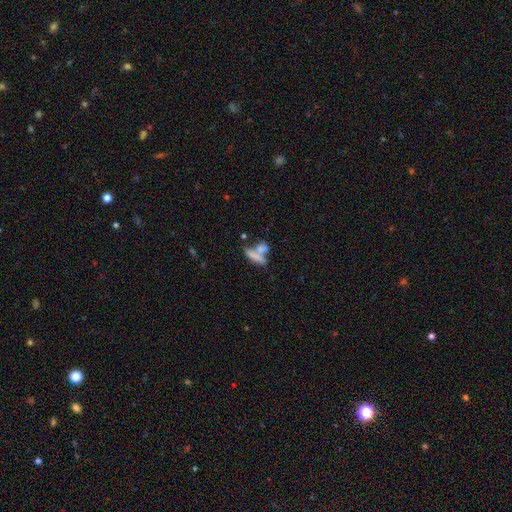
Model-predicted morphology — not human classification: Smooth or featured?
  - smooth: 68% *
  - featured or disk: 22%
  - star or artifact: 10%
How rounded?
  - cigar-shaped: 54% *
  - in between: 37%
  - round: 8%
Merging?
  - merger: 51% *
  - none: 34%
  - minor disturbance: 9%
  - major disturbance: 6%